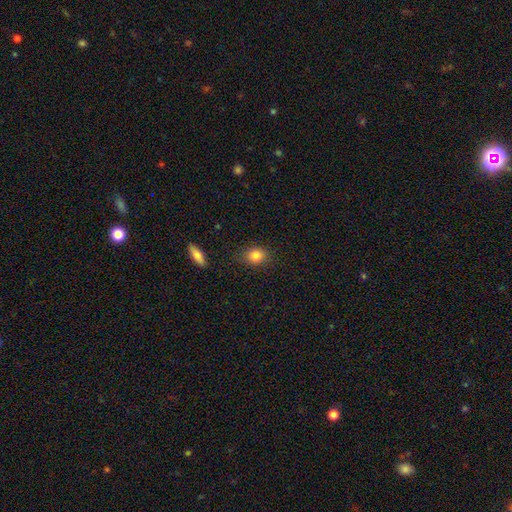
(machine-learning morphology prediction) A smooth galaxy with no disk features (84%) that is round (55%). Merging: none (85%).